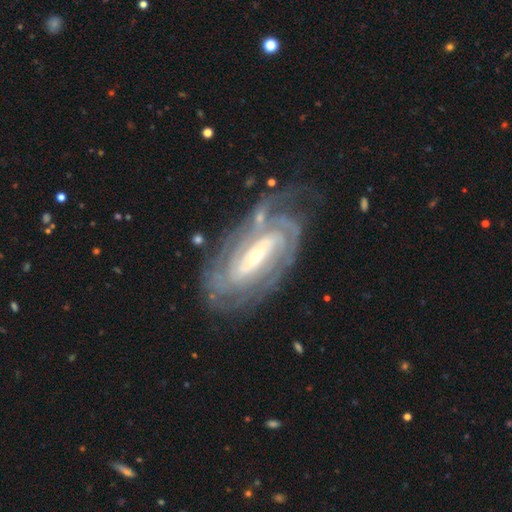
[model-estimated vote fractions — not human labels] Smooth or featured: featured or disk — 90% (smooth — 6%)
Edge-on disk: no — 94% (yes — 6%)
Bar: strong — 39% (weak — 32%)
Spiral arms: yes — 96% (no — 4%)
Spiral winding: tight — 74% (medium — 22%)
Spiral arm count: can't tell — 29% (2 — 22%)
Bulge size: small — 71% (moderate — 25%)
Merging: none — 70% (minor disturbance — 18%)